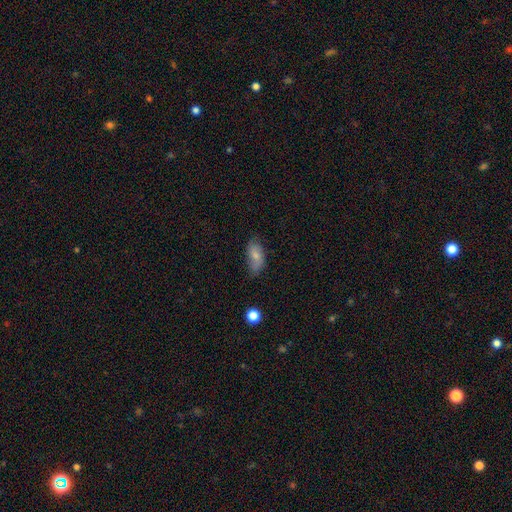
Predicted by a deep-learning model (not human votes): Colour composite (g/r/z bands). It shows a smooth galaxy with no disk features (73%) that is in between round and cigar-shaped (89%). Merging: none (59%).